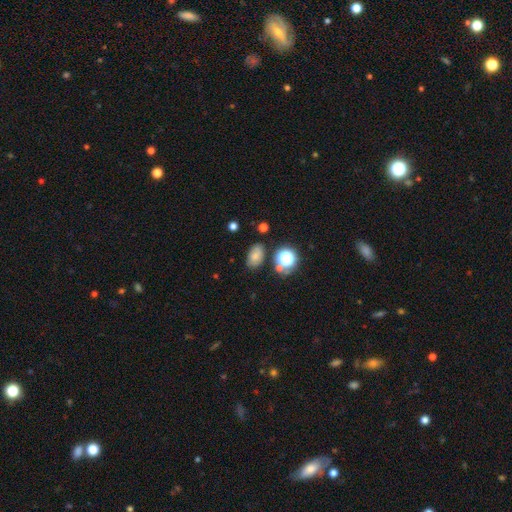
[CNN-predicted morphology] Smooth or featured?
  - smooth: 71% *
  - star or artifact: 18%
  - featured or disk: 11%
How rounded?
  - in between: 84% *
  - round: 15%
  - cigar-shaped: 2%
Merging?
  - none: 76% *
  - minor disturbance: 15%
  - merger: 5%
  - major disturbance: 4%